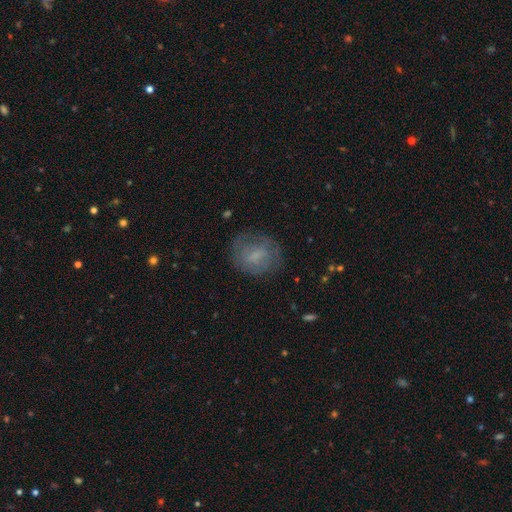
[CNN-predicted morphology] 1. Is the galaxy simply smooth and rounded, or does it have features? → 56% smooth, 33% featured or disk, 10% star or artifact.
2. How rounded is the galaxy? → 68% round, 31% in between, 2% cigar-shaped.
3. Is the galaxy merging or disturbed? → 70% none, 18% minor disturbance, 11% major disturbance, 1% merger.